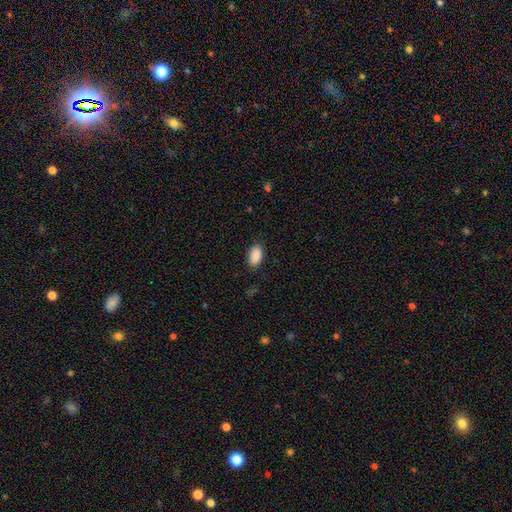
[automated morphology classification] smooth-or-featured: smooth: 90% | star or artifact: 7% | featured or disk: 3%
  how-rounded: in between: 94% | round: 4% | cigar-shaped: 3%
  merging: none: 86% | minor disturbance: 10% | major disturbance: 3% | merger: 1%